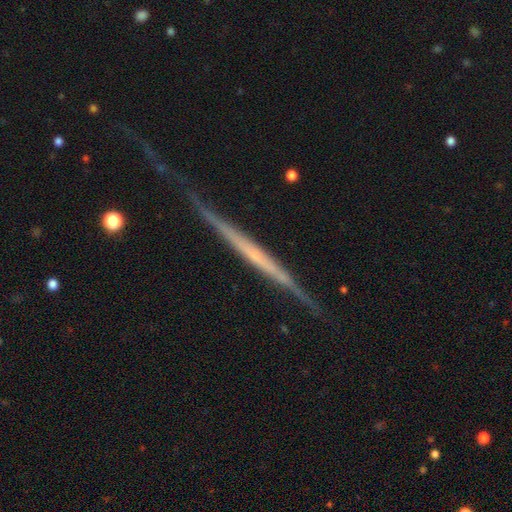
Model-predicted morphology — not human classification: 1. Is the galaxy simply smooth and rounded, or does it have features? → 72% featured or disk, 21% smooth, 7% star or artifact.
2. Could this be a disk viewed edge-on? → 95% yes, 5% no.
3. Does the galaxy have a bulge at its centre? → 78% none, 12% rounded, 9% boxy.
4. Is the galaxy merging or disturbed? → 63% none, 23% minor disturbance, 11% major disturbance, 3% merger.